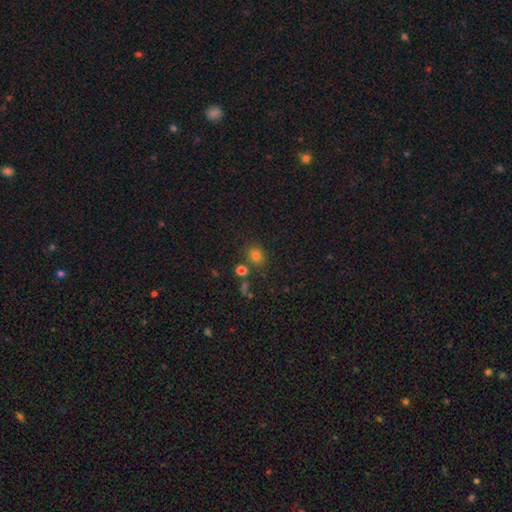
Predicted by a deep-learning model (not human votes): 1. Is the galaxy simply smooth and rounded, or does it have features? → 77% smooth, 16% star or artifact, 7% featured or disk.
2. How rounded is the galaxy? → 75% round, 24% in between, 1% cigar-shaped.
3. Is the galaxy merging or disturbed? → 77% none, 10% minor disturbance, 10% merger, 3% major disturbance.